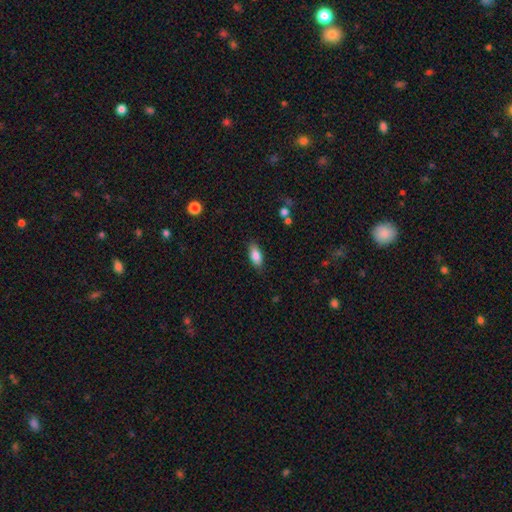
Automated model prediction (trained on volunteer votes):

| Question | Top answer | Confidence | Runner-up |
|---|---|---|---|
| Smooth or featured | smooth | 83% | featured or disk (10%) |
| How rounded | in between | 84% | cigar-shaped (13%) |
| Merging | none | 85% | minor disturbance (12%) |